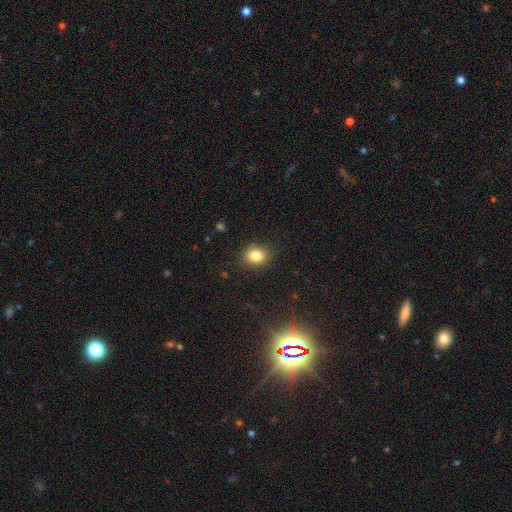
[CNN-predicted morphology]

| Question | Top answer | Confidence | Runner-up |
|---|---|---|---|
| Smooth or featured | smooth | 83% | star or artifact (11%) |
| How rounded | round | 52% | in between (47%) |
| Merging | none | 85% | minor disturbance (10%) |